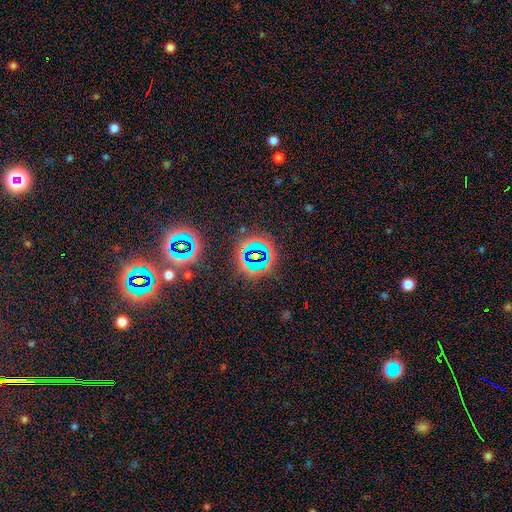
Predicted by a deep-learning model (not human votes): This appears to be a star or artifact, not a galaxy (70%).